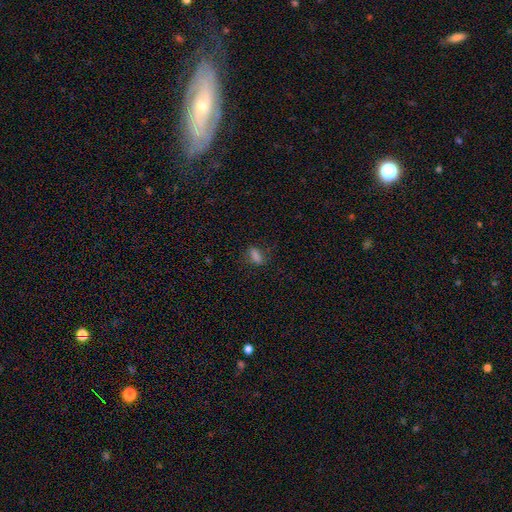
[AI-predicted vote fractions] smooth 74%, star or artifact 16%, featured or disk 10%. Down the decision tree: how rounded — in between (73%); merging — none (72%).